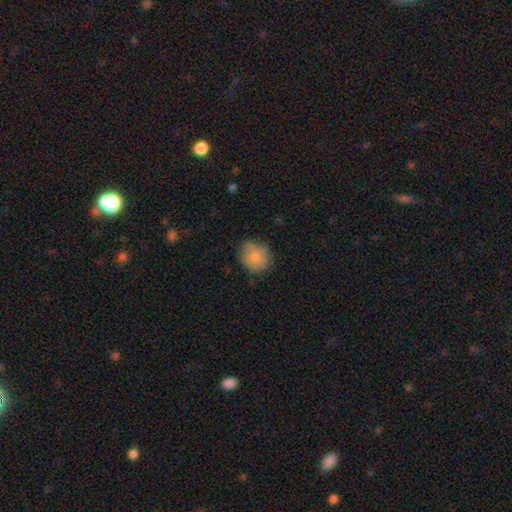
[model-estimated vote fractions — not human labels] The model was most divided on "merging": none: 67%, minor disturbance: 26%, major disturbance: 6%, merger: 2%. More confident: smooth or featured — smooth (77%); how rounded — round (75%).